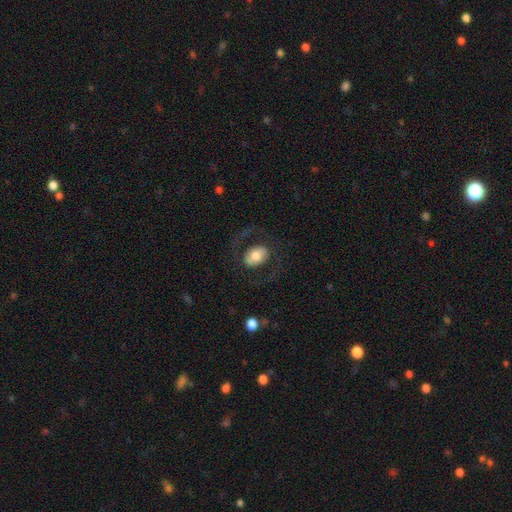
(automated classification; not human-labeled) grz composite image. It shows a smooth galaxy with no disk features (52%) that is in between round and cigar-shaped (73%). Merging: none (71%).